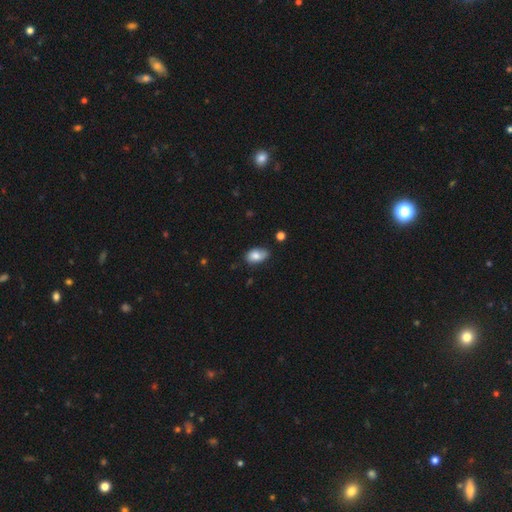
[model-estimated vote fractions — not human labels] smooth-or-featured: smooth: 78% | featured or disk: 14% | star or artifact: 8%
  how-rounded: in between: 89% | round: 10% | cigar-shaped: 1%
  merging: none: 61% | minor disturbance: 31% | major disturbance: 5% | merger: 3%